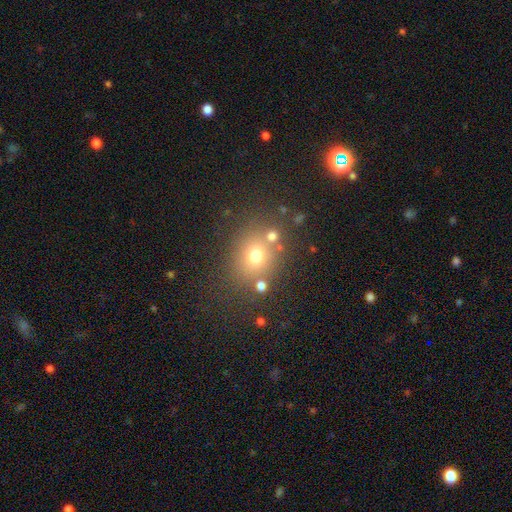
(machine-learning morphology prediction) Overall: smooth (67%). How rounded: round (68%; in between 31%). Merging: none (71%).